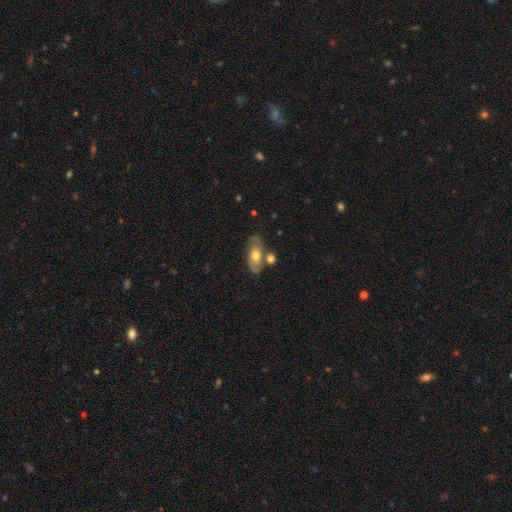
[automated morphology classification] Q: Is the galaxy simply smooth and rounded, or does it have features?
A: featured or disk — 54%.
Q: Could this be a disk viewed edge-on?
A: no — 88%.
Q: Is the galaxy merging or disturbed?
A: none — 59%.